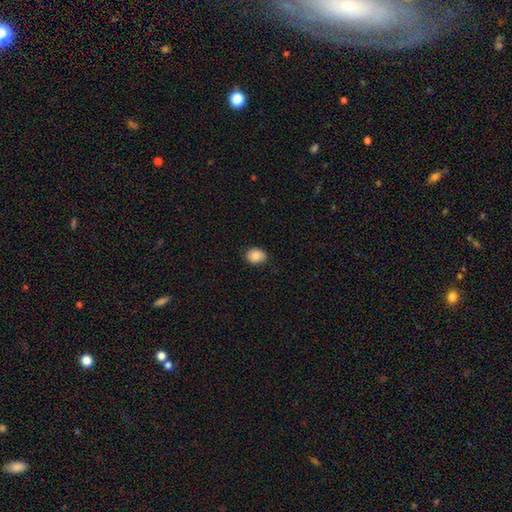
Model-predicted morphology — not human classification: smooth 84%, star or artifact 8%, featured or disk 7%. Down the decision tree: how rounded — in between (52%); merging — none (80%).